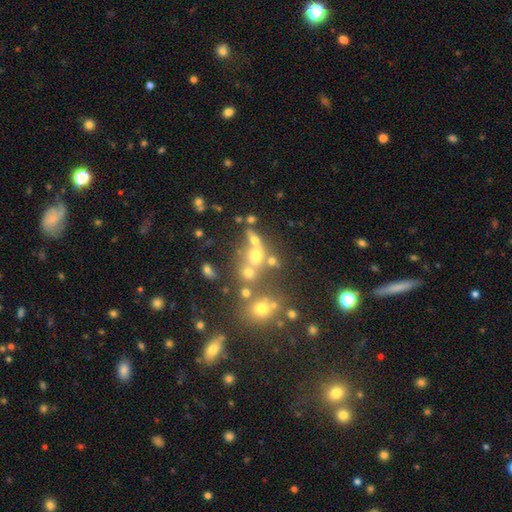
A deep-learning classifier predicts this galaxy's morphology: Smooth or featured: smooth — 40% (star or artifact — 35%)
Merging: none — 42% (merger — 41%)